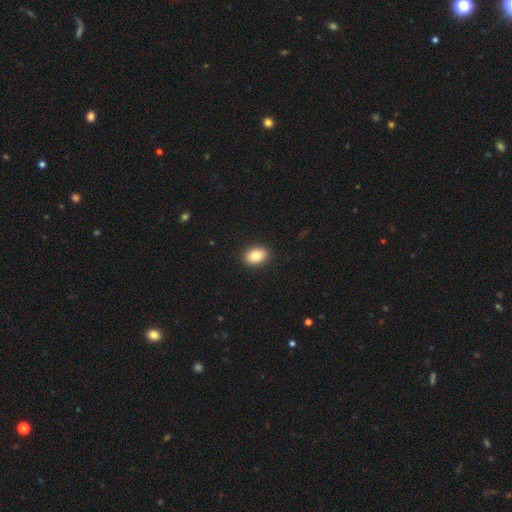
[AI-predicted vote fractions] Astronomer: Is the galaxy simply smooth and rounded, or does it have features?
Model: smooth — 87%.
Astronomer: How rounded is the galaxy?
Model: in between — 78%.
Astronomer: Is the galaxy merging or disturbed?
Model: none — 90%.